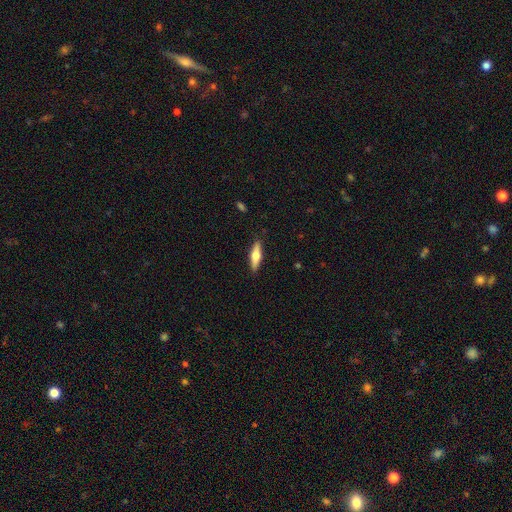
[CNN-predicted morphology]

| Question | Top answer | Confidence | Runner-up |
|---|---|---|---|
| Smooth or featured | featured or disk | 48% | smooth (47%) |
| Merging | none | 89% | minor disturbance (8%) |